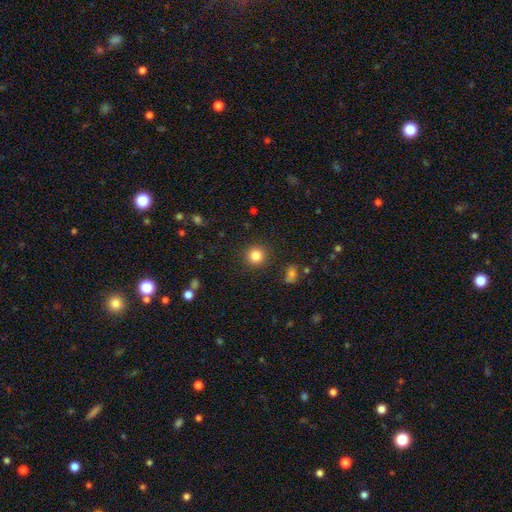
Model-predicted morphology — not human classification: The model was most divided on "smooth or featured": smooth: 83%, star or artifact: 11%, featured or disk: 5%. More confident: how rounded — round (93%); merging — none (90%).